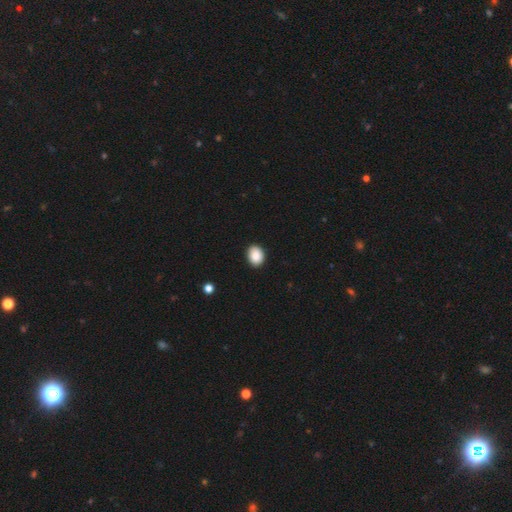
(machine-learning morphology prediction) Smooth or featured?
  - smooth: 89% *
  - star or artifact: 8%
  - featured or disk: 3%
How rounded?
  - in between: 59% *
  - round: 40%
  - cigar-shaped: 1%
Merging?
  - none: 90% *
  - minor disturbance: 8%
  - major disturbance: 2%
  - merger: 1%